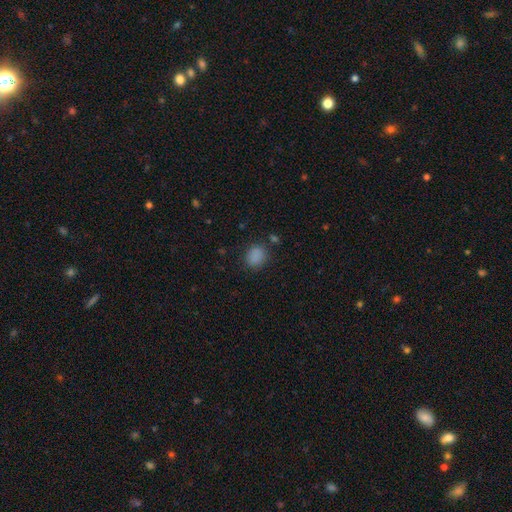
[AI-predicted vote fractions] Smooth or featured?
  - smooth: 84% *
  - star or artifact: 12%
  - featured or disk: 4%
How rounded?
  - round: 60% *
  - in between: 39%
  - cigar-shaped: 1%
Merging?
  - none: 81% *
  - minor disturbance: 13%
  - major disturbance: 4%
  - merger: 3%